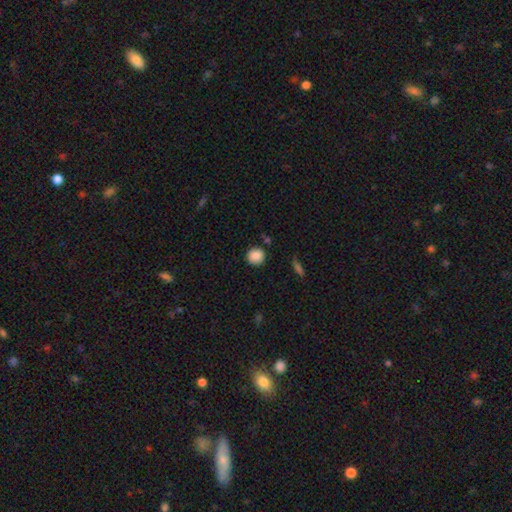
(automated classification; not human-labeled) This is clearly a smooth galaxy (88%). How rounded: clearly round (90%). Merging: clearly none (86%).